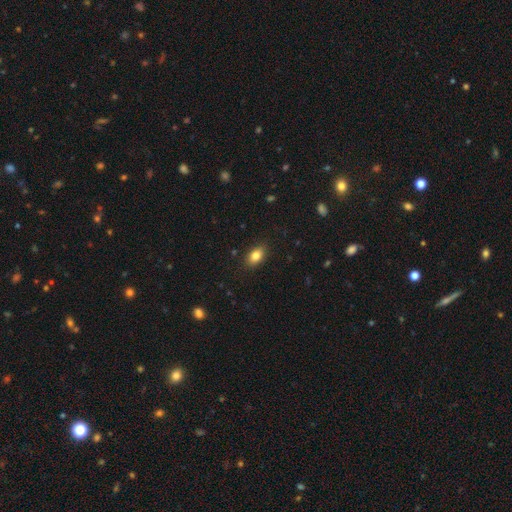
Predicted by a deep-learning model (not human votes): Overall: smooth (84%). How rounded: in between (87%). Merging: none (87%).